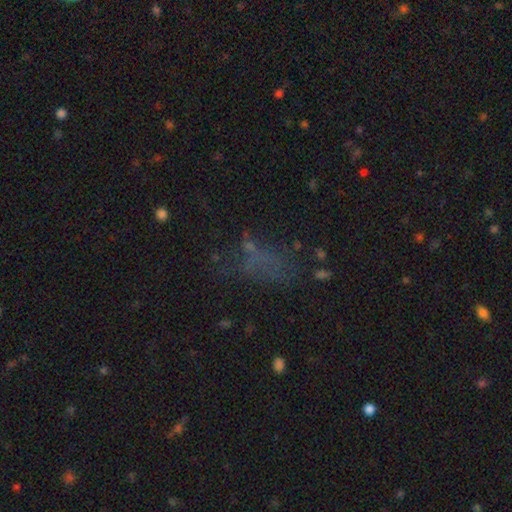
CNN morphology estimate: smooth-or-featured: smooth: 43% | star or artifact: 32% | featured or disk: 25%
  merging: none: 41% | major disturbance: 33% | minor disturbance: 18% | merger: 8%